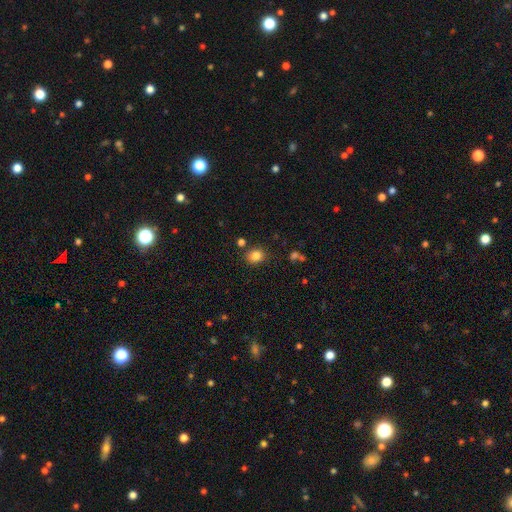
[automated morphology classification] The model was most divided on "how rounded": round: 69%, in between: 30%, cigar-shaped: 1%. More confident: smooth or featured — smooth (83%); merging — none (81%).